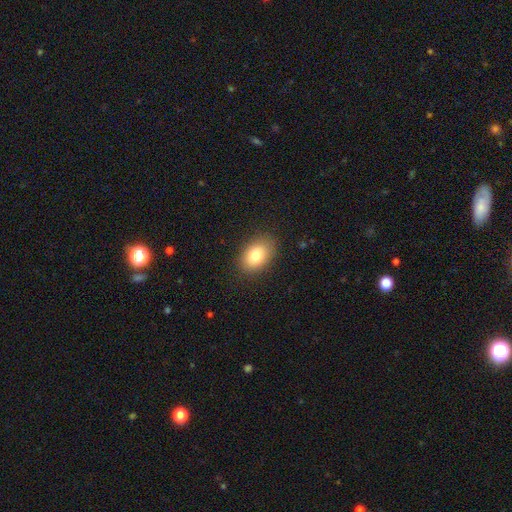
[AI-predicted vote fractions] smooth-or-featured: smooth: 80% | featured or disk: 11% | star or artifact: 9%
  how-rounded: in between: 82% | round: 16% | cigar-shaped: 1%
  merging: none: 86% | minor disturbance: 10% | major disturbance: 3% | merger: 1%